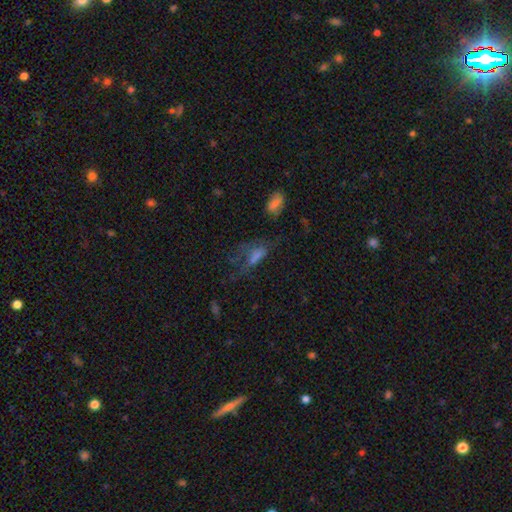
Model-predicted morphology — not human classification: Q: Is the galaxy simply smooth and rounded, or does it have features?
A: smooth — 45%.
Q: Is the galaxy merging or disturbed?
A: major disturbance — 38%.